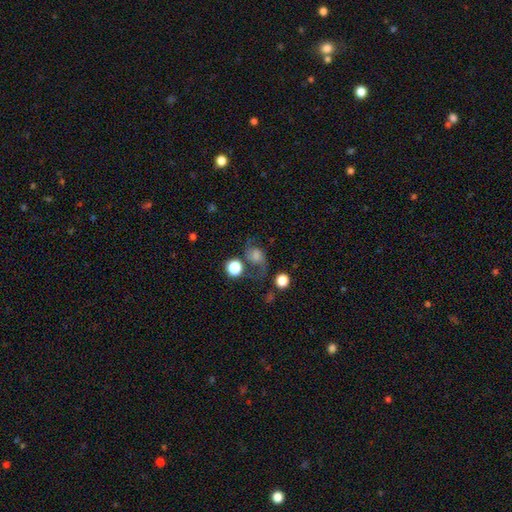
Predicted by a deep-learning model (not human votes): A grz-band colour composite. It shows a featured or disk galaxy (54%) with no bar (65%), spiral arms (88%) and a moderate central bulge (33%). Merging: none (54%).